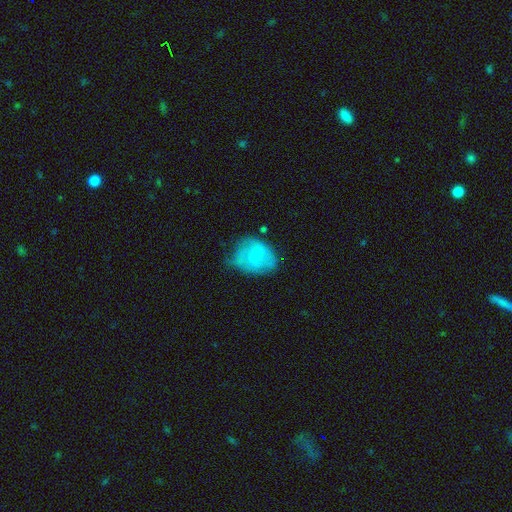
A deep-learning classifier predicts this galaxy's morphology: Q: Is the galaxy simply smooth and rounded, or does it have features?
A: smooth — 50%.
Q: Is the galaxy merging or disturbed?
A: none — 42%.